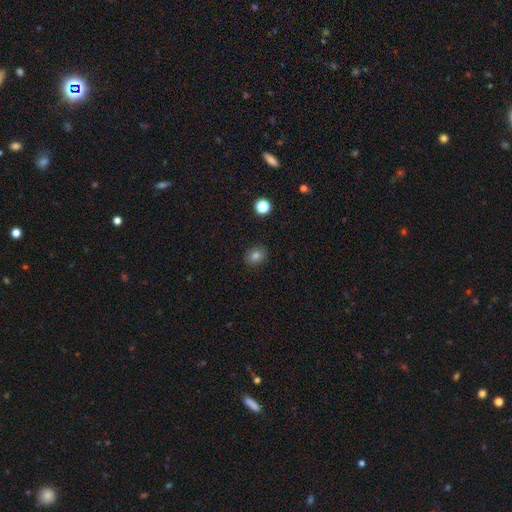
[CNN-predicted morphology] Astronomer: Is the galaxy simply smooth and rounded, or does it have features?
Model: smooth — 80%.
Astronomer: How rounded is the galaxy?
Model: in between — 50% (runner-up: round, 49%).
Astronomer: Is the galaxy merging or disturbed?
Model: none — 88%.